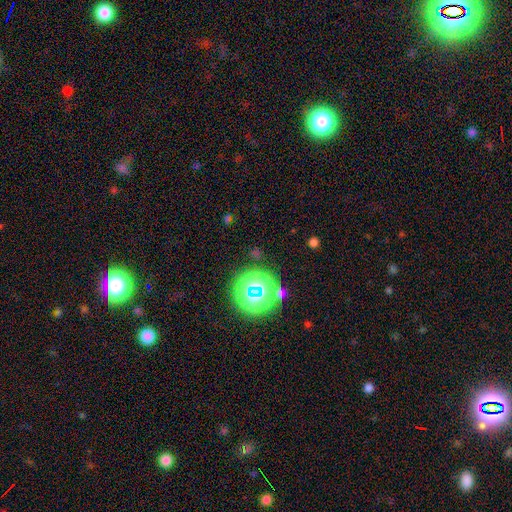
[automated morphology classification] This appears to be a star or artifact, not a galaxy (64%).